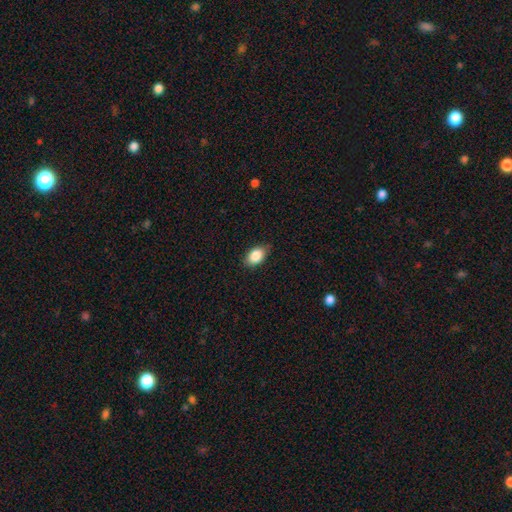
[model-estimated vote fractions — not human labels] Smooth or featured? Predicted: smooth (p=0.87). How rounded? Predicted: in between (p=0.87). Merging? Predicted: none (p=0.82).